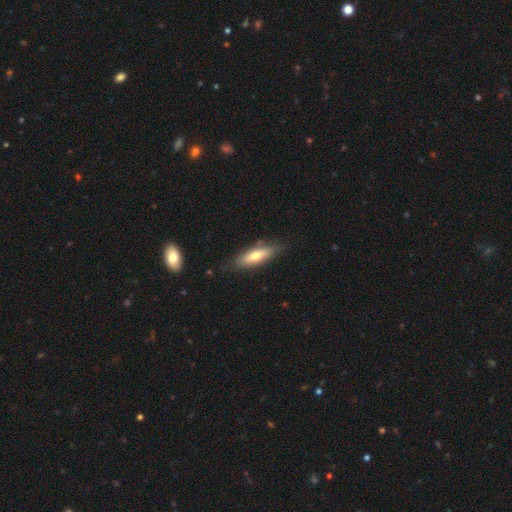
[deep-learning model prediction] Morphology: type=smooth (63%); roundness=in between (50%); merging=none (79%).